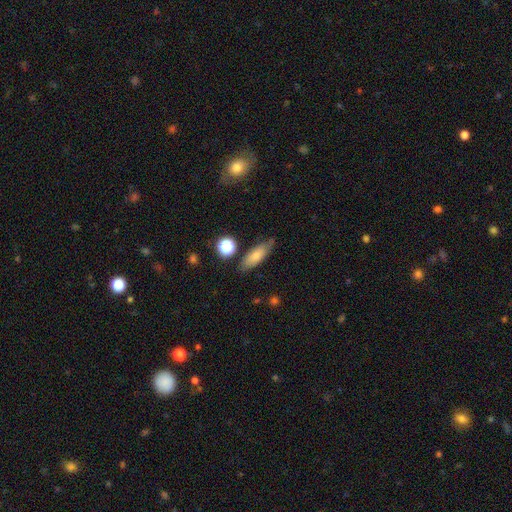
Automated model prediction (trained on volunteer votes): Q: Smooth or featured?
A: smooth (74%); runner-up: featured or disk (17%)
Q: How rounded?
A: in between (63%); runner-up: cigar-shaped (33%)
Q: Merging?
A: none (72%); runner-up: minor disturbance (19%)